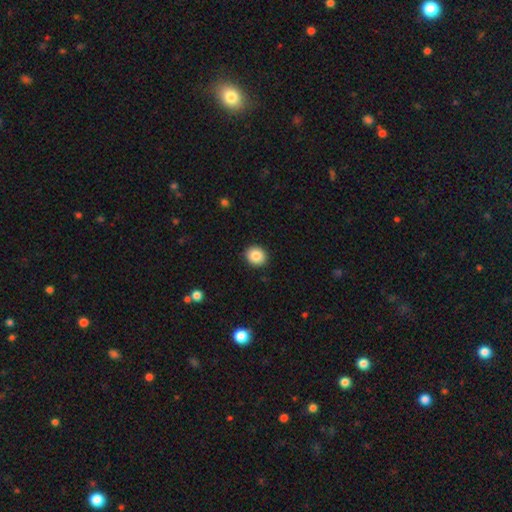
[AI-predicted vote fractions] Smooth or featured?
  - smooth: 86% *
  - star or artifact: 9%
  - featured or disk: 6%
How rounded?
  - round: 78% *
  - in between: 21%
  - cigar-shaped: 1%
Merging?
  - none: 91% *
  - minor disturbance: 6%
  - major disturbance: 2%
  - merger: 1%